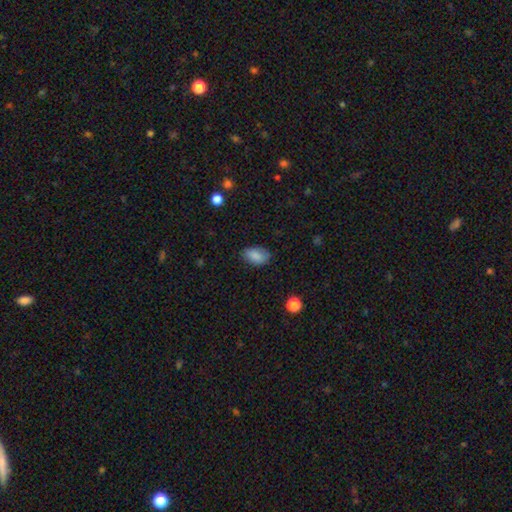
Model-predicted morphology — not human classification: smooth_or_featured: smooth (p=0.86) [alt: star or artifact p=0.08]
how_rounded: in between (p=0.90) [alt: round p=0.08]
merging: none (p=0.77) [alt: minor disturbance p=0.18]